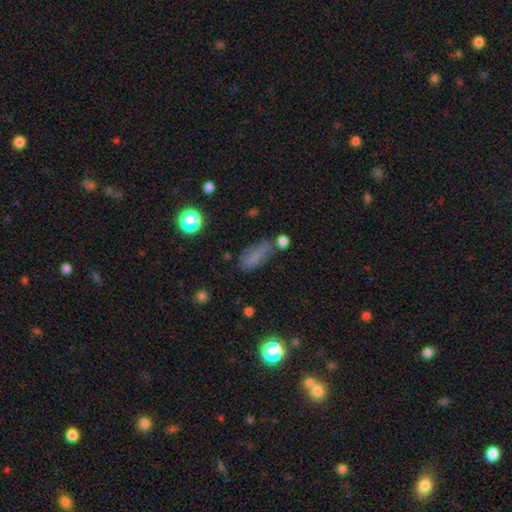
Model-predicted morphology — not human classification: Smooth or featured? Predicted: smooth (p=0.73). How rounded? Predicted: in between (p=0.67). Merging? Predicted: none (p=0.58).